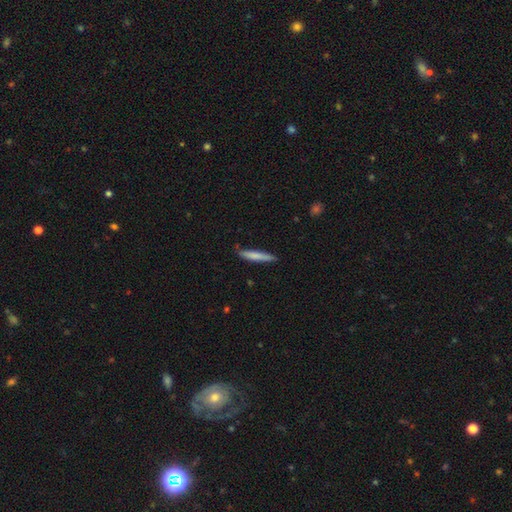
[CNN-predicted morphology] smooth_or_featured: smooth (p=0.74) [alt: featured or disk p=0.20]
how_rounded: cigar-shaped (p=0.93) [alt: in between p=0.05]
merging: none (p=0.84) [alt: minor disturbance p=0.12]